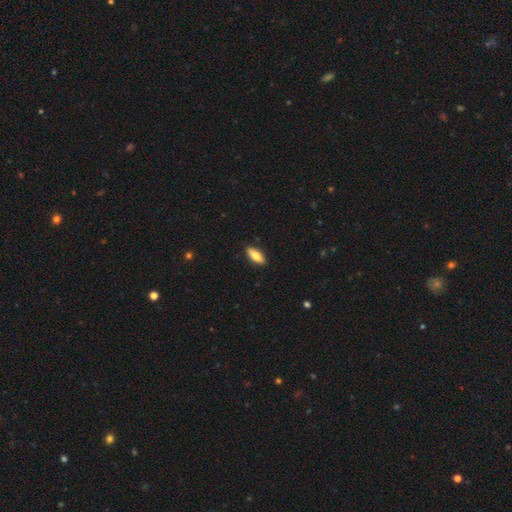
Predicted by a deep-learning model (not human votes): smooth-or-featured: smooth: 73% | featured or disk: 21% | star or artifact: 6%
  how-rounded: in between: 70% | cigar-shaped: 27% | round: 2%
  merging: none: 89% | minor disturbance: 8% | major disturbance: 2% | merger: 1%